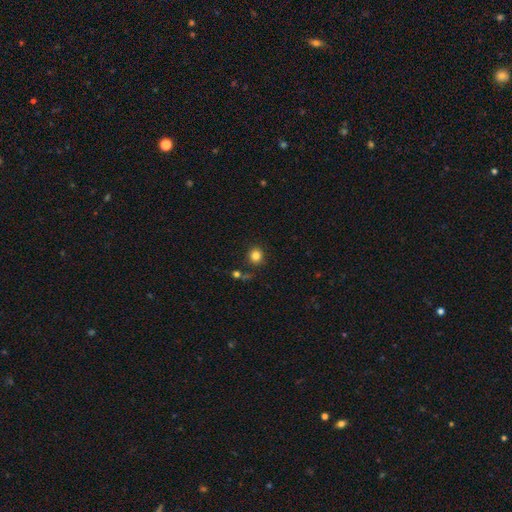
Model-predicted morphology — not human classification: smooth_or_featured: smooth (p=0.83) [alt: star or artifact p=0.12]
how_rounded: round (p=0.90) [alt: in between p=0.09]
merging: none (p=0.84) [alt: minor disturbance p=0.08]